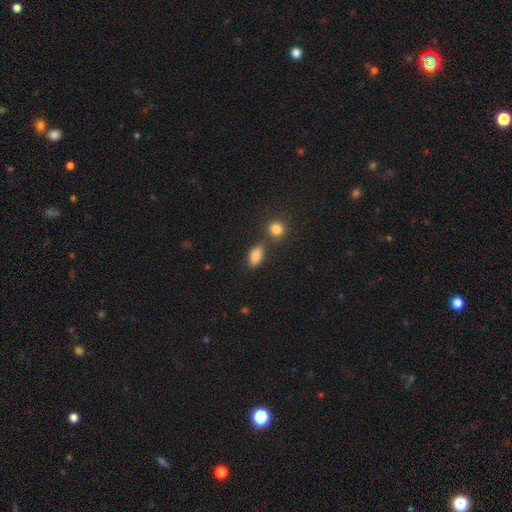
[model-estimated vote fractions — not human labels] Smooth or featured? smooth (85%)
How rounded? in between (87%)
Merging? none (71%)